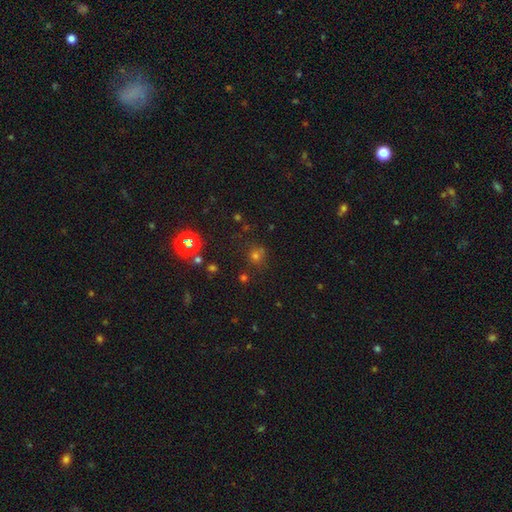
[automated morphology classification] Smooth or featured?
  - smooth: 55% *
  - star or artifact: 37%
  - featured or disk: 8%
How rounded?
  - round: 88% *
  - in between: 11%
  - cigar-shaped: 1%
Merging?
  - none: 75% *
  - minor disturbance: 12%
  - merger: 8%
  - major disturbance: 5%